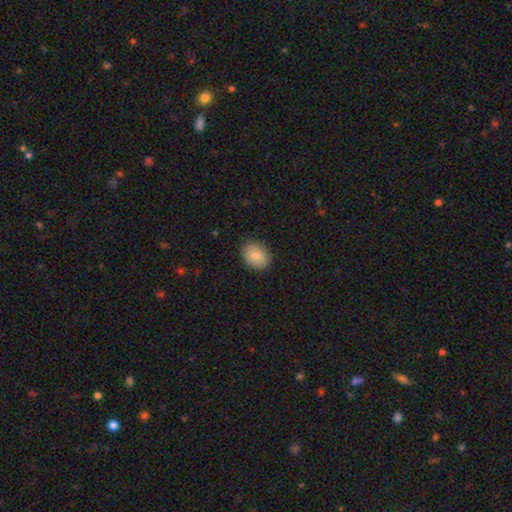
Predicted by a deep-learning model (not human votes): Morphology: type=smooth (84%); roundness=in between (59%); merging=none (87%).